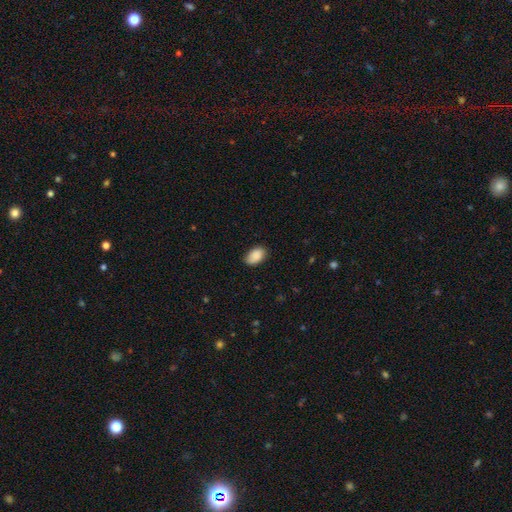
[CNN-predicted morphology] Smooth or featured: smooth — 89% (star or artifact — 7%)
How rounded: in between — 91% (round — 8%)
Merging: none — 79% (minor disturbance — 17%)